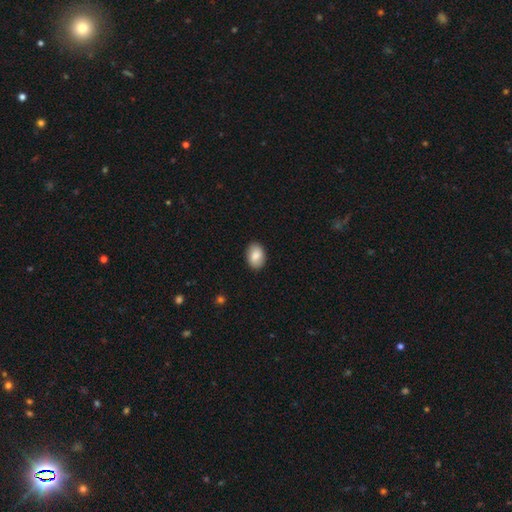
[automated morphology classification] A smooth galaxy with no disk features (85%) that is in between round and cigar-shaped (85%).

Vote fractions:
- Smooth or featured? smooth: 85% / featured or disk: 8% / star or artifact: 7%
- How rounded? in between: 85% / round: 13% / cigar-shaped: 1%
- Merging? none: 88% / minor disturbance: 9% / major disturbance: 2% / merger: 1%